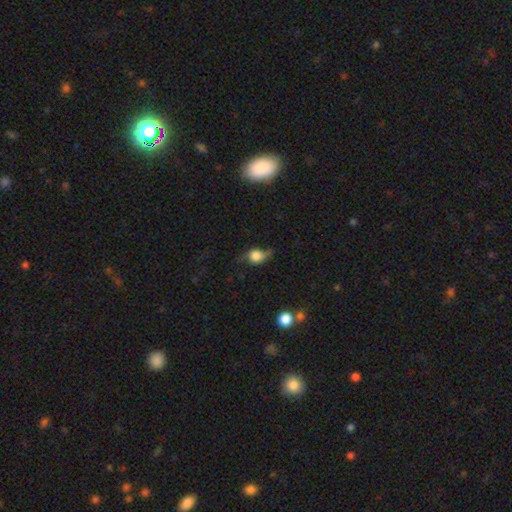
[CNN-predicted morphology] Q: Smooth or featured?
A: smooth (50%); runner-up: featured or disk (39%)
Q: Merging?
A: none (53%); runner-up: minor disturbance (28%)